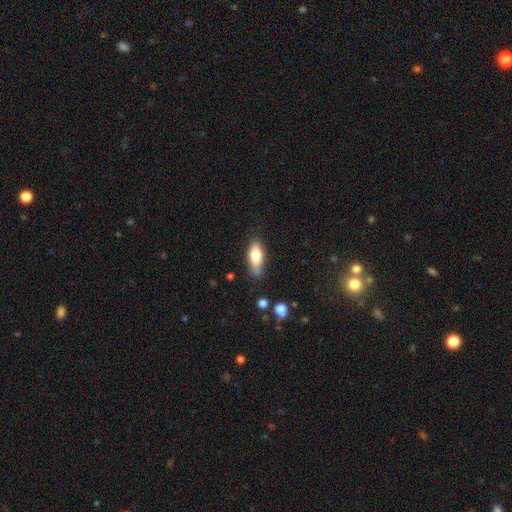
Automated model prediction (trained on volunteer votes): Smooth or featured? Predicted: smooth (p=0.71). How rounded? Predicted: in between (p=0.74). Merging? Predicted: none (p=0.69).